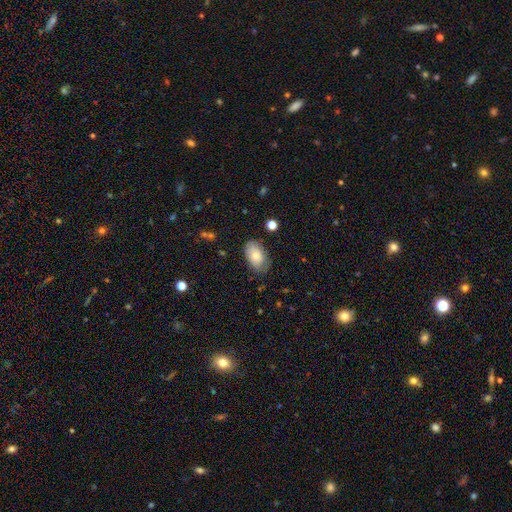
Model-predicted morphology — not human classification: Smooth or featured: smooth — 76% (featured or disk — 16%)
How rounded: in between — 92% (round — 7%)
Merging: none — 72% (minor disturbance — 21%)